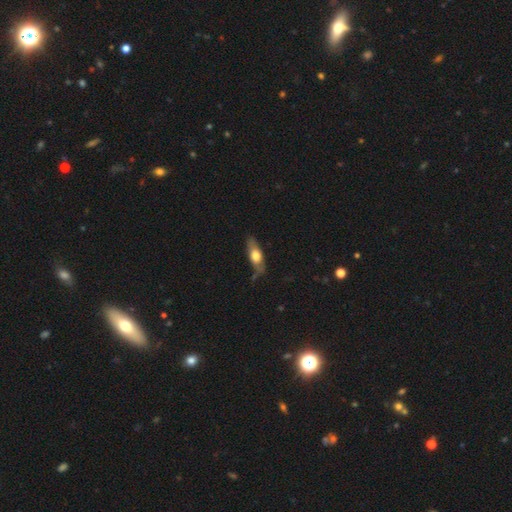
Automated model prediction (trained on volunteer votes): Q: Smooth or featured?
A: smooth (56%); runner-up: featured or disk (38%)
Q: How rounded?
A: in between (62%); runner-up: cigar-shaped (34%)
Q: Merging?
A: none (72%); runner-up: minor disturbance (21%)